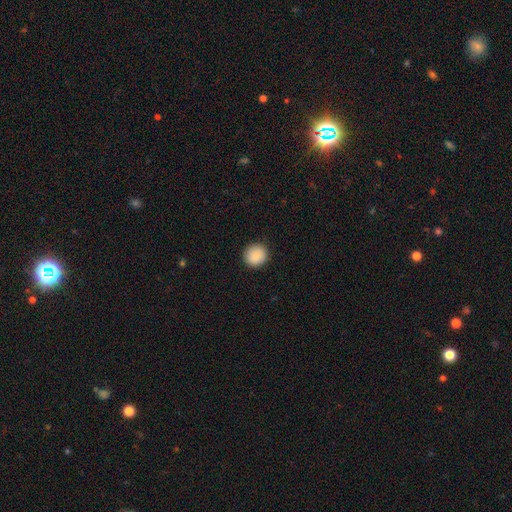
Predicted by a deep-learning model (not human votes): Overall: smooth (88%). How rounded: round (93%). Merging: none (91%).